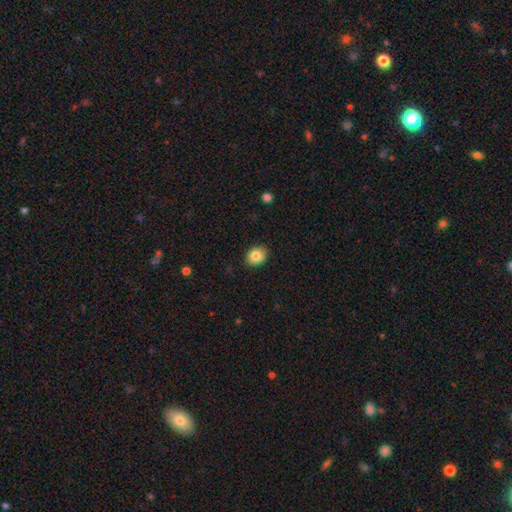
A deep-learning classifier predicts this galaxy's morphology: smooth_or_featured: smooth (p=0.83) [alt: star or artifact p=0.09]
how_rounded: round (p=0.54) [alt: in between p=0.45]
merging: none (p=0.89) [alt: minor disturbance p=0.08]